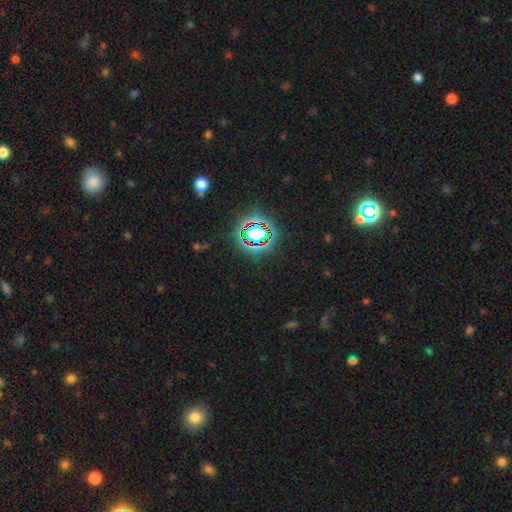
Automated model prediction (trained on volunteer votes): This is likely a star or artifact rather than a galaxy (76%).